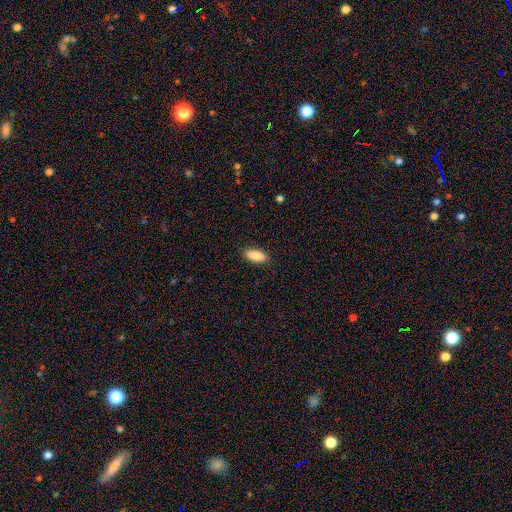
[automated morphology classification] Overall: smooth (88%). How rounded: in between (81%). Merging: none (88%).